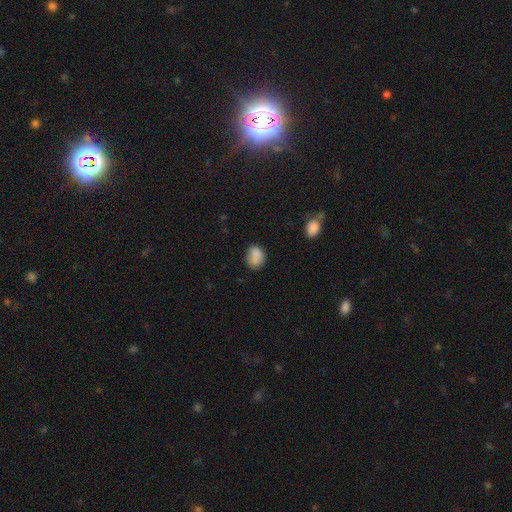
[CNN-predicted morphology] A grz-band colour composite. It shows a smooth galaxy with no disk features (83%) that is in between round and cigar-shaped (54%). Merging: none (65%).